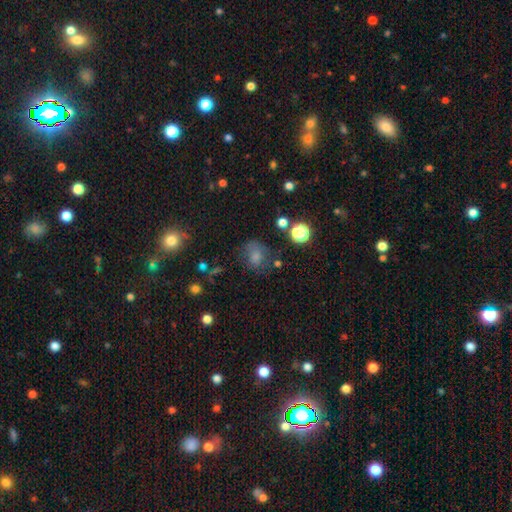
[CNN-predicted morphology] Smooth or featured? smooth (70%)
How rounded? round (62%)
Merging? none (57%)